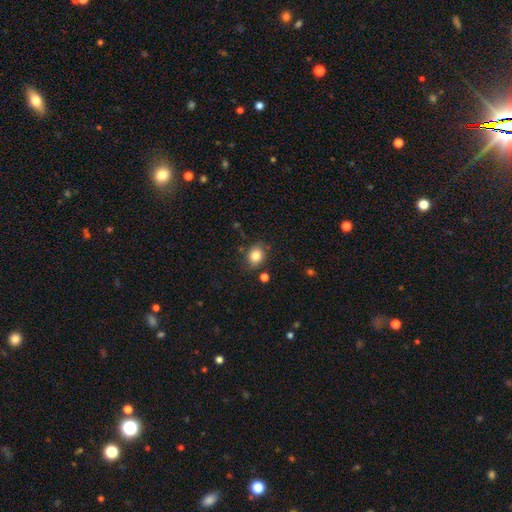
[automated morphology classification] The model was most divided on "how rounded": round: 52%, in between: 47%, cigar-shaped: 1%. More confident: smooth or featured — smooth (83%); merging — none (78%).